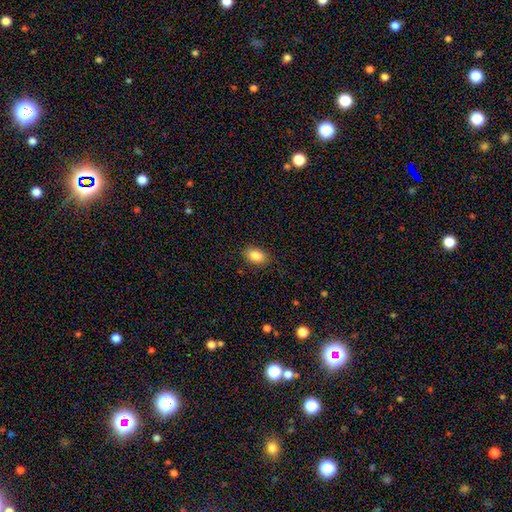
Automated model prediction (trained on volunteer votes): Overall: smooth (86%). How rounded: in between (87%). Merging: none (87%).